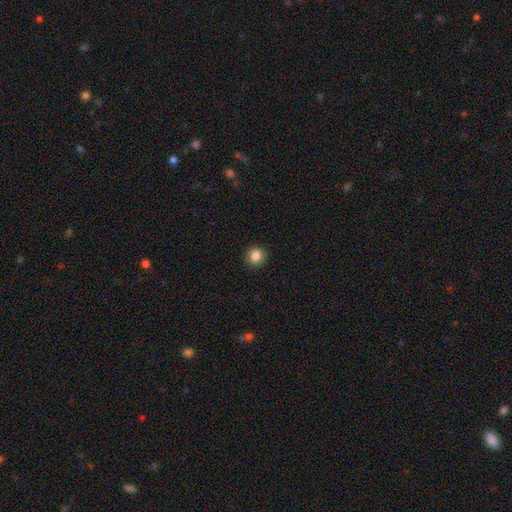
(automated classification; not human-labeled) A smooth galaxy with no disk features (85%) that is round (89%).

Vote fractions:
- Smooth or featured? smooth: 85% / star or artifact: 10% / featured or disk: 4%
- How rounded? round: 89% / in between: 10% / cigar-shaped: 1%
- Merging? none: 92% / minor disturbance: 5% / major disturbance: 2% / merger: 1%